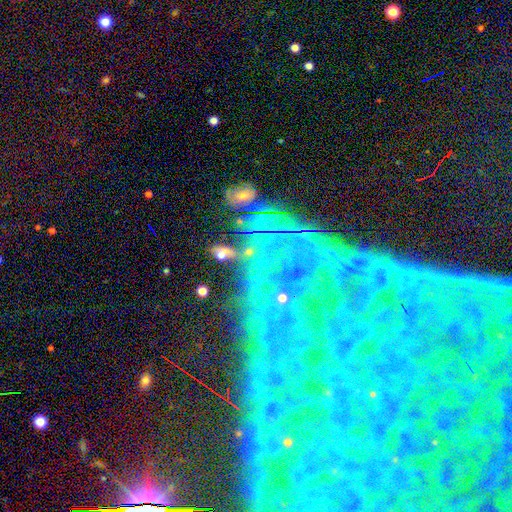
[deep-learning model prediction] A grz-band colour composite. It shows a star or artifact, not a galaxy (77%).